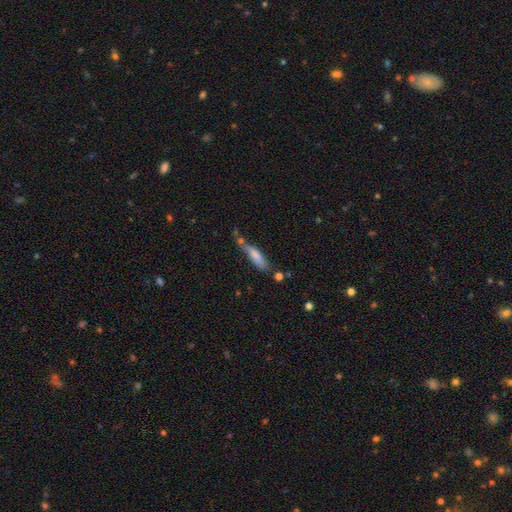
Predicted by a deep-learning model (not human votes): smooth 73%, featured or disk 20%, star or artifact 7%. Down the decision tree: how rounded — cigar-shaped (73%); merging — none (44%).